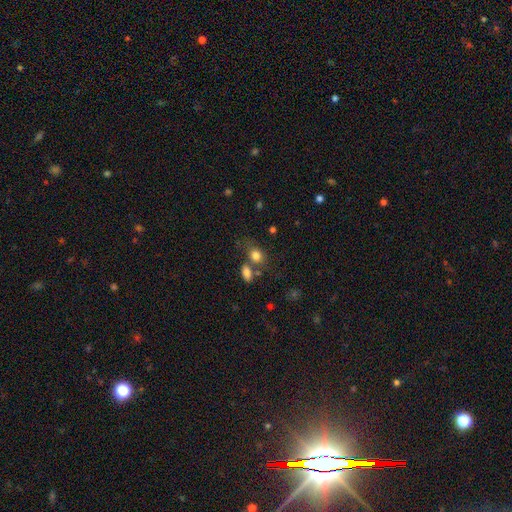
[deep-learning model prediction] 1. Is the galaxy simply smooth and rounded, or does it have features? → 80% smooth, 11% star or artifact, 8% featured or disk.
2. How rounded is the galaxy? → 53% in between, 45% round, 2% cigar-shaped.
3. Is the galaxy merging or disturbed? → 53% none, 25% merger, 15% minor disturbance, 7% major disturbance.